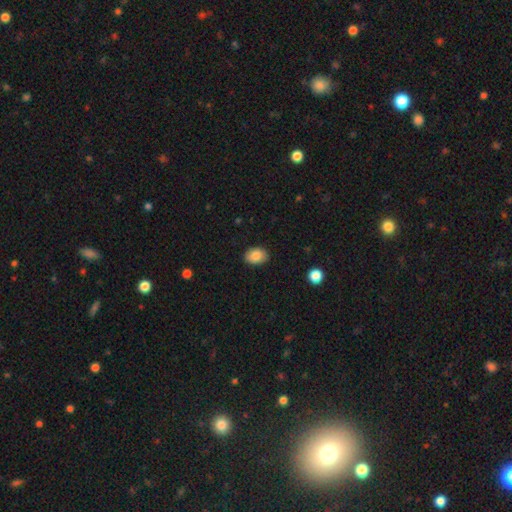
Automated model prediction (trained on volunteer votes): Morphology: type=smooth (87%); roundness=in between (75%); merging=none (88%).